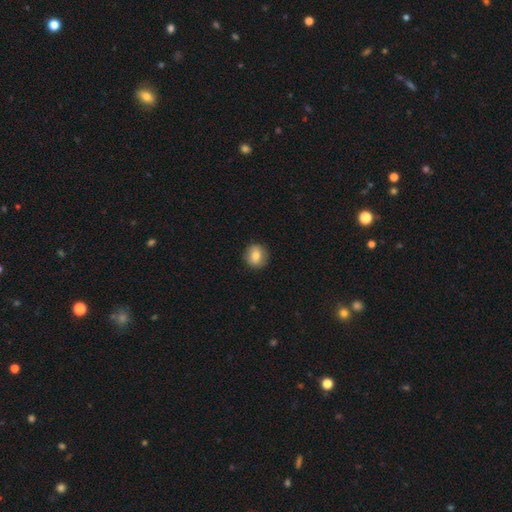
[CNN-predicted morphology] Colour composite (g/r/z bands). It shows a smooth galaxy with no disk features (75%) that is round (86%). Merging: none (88%).